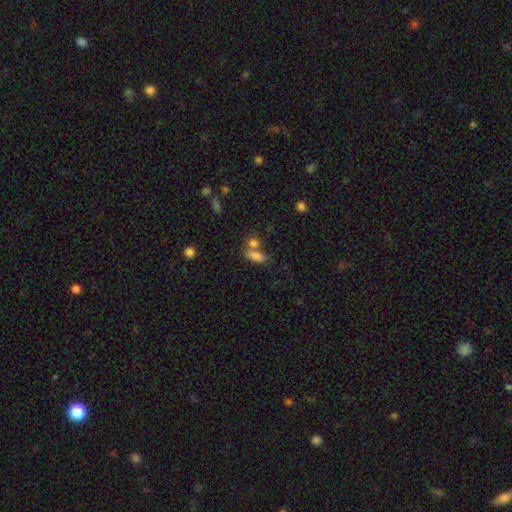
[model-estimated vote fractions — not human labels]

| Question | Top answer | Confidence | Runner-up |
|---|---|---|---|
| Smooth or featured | smooth | 80% | star or artifact (11%) |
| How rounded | in between | 82% | cigar-shaped (10%) |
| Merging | merger | 42% | tied: none (42%) |